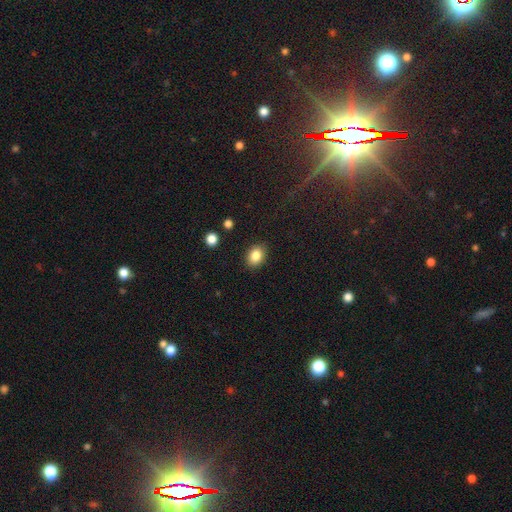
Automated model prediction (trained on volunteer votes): This is clearly a smooth galaxy (85%). How rounded: likely in between (67%). Merging: clearly none (88%).